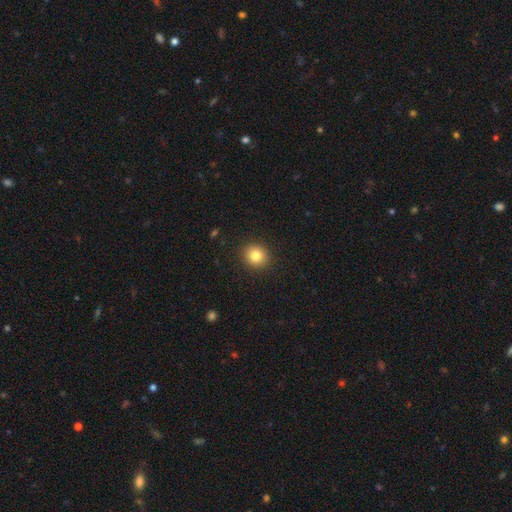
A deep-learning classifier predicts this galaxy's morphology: type=smooth (82%); roundness=round (87%); merging=none (92%).